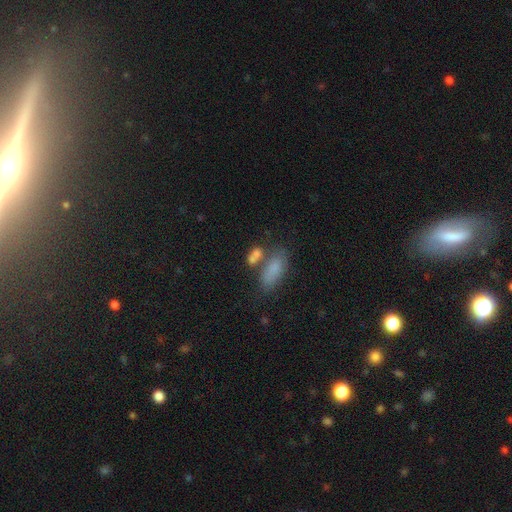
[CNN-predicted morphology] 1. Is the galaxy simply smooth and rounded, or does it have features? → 76% smooth, 13% featured or disk, 11% star or artifact.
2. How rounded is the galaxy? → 78% in between, 12% round, 10% cigar-shaped.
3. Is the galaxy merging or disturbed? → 45% none, 33% merger, 15% minor disturbance, 8% major disturbance.